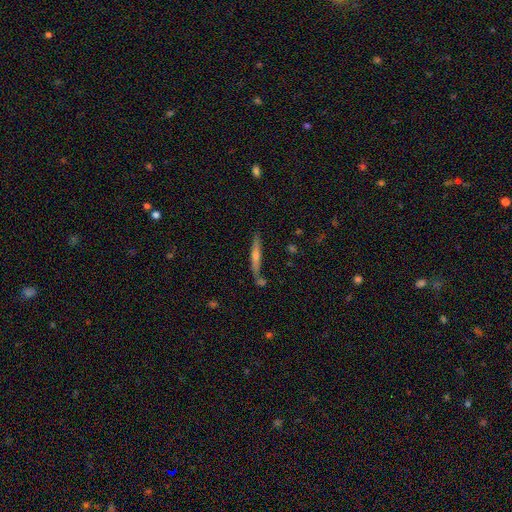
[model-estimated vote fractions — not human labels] This is likely a featured or disk galaxy (64%). It is clearly viewed edge-on (96%). Edge-on bulge: likely rounded (78%). Merging: likely none (77%).